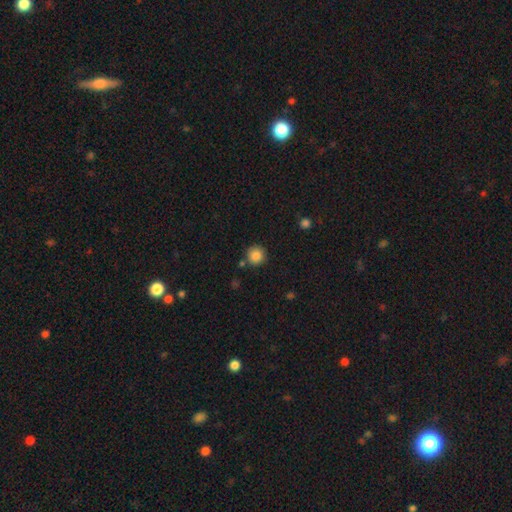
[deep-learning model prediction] Smooth or featured? smooth (86%)
How rounded? round (94%)
Merging? none (83%)